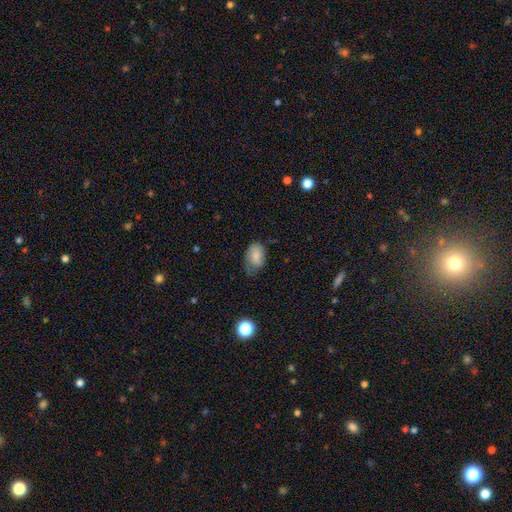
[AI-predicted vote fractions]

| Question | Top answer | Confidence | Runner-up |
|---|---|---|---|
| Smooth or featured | smooth | 73% | featured or disk (19%) |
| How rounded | in between | 87% | round (12%) |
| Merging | none | 42% | minor disturbance (37%) |